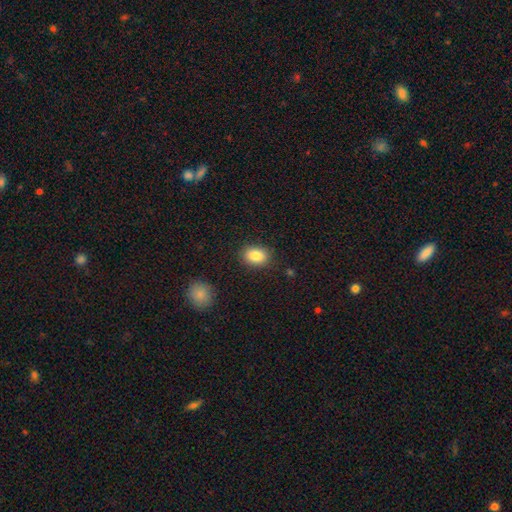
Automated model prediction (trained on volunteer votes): Smooth or featured: smooth — 87% (star or artifact — 8%)
How rounded: in between — 73% (round — 25%)
Merging: none — 86% (minor disturbance — 10%)